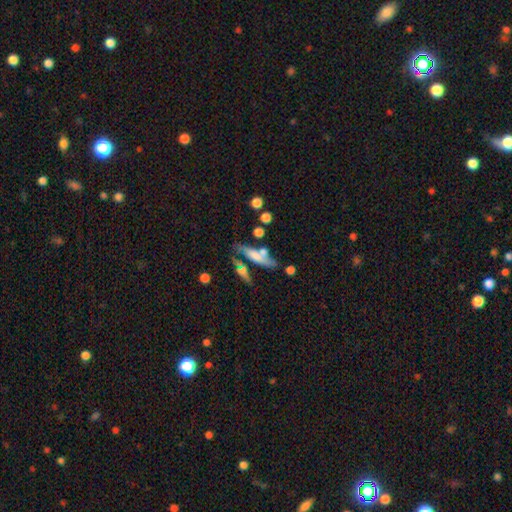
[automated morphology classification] The model was most divided on "smooth or featured": smooth: 56%, featured or disk: 35%, star or artifact: 9%. Remaining: how rounded — cigar-shaped (62%); merging — none (48%).